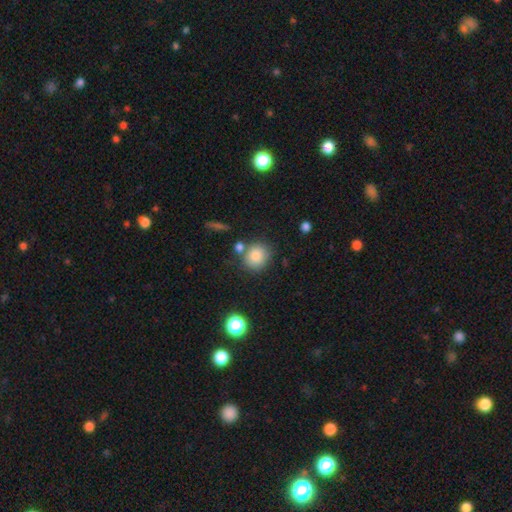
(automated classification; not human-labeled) Smooth or featured? smooth (82%)
How rounded? round (83%)
Merging? none (71%)